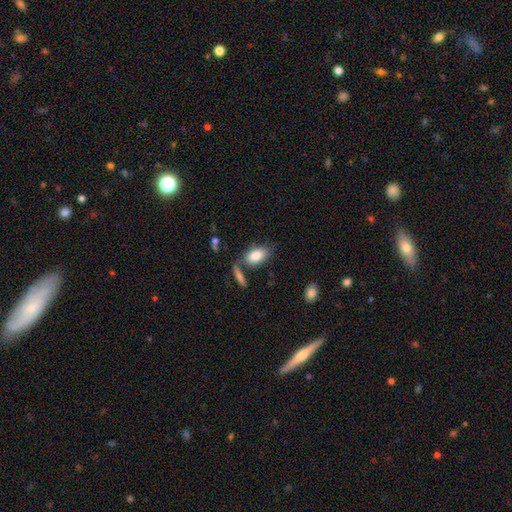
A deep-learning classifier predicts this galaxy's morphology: type=smooth (85%); roundness=in between (91%); merging=none (66%).